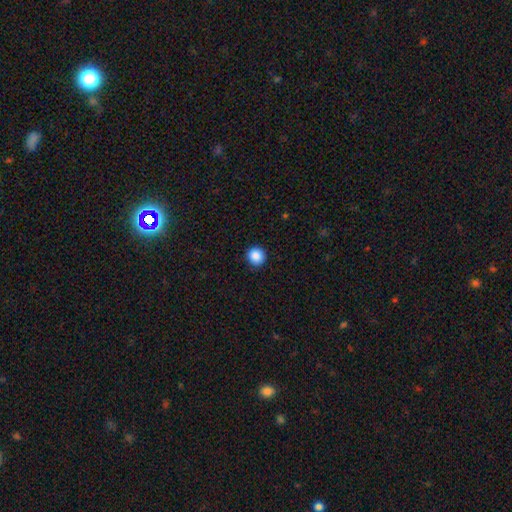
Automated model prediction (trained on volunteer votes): Overall: smooth (88%). How rounded: round (93%). Merging: none (92%).